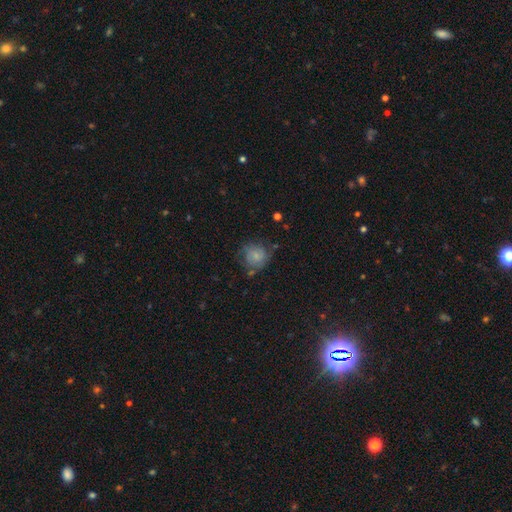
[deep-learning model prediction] Smooth or featured?
  - smooth: 65% *
  - featured or disk: 27%
  - star or artifact: 9%
How rounded?
  - round: 83% *
  - in between: 16%
  - cigar-shaped: 1%
Merging?
  - none: 54% *
  - minor disturbance: 28%
  - major disturbance: 13%
  - merger: 4%